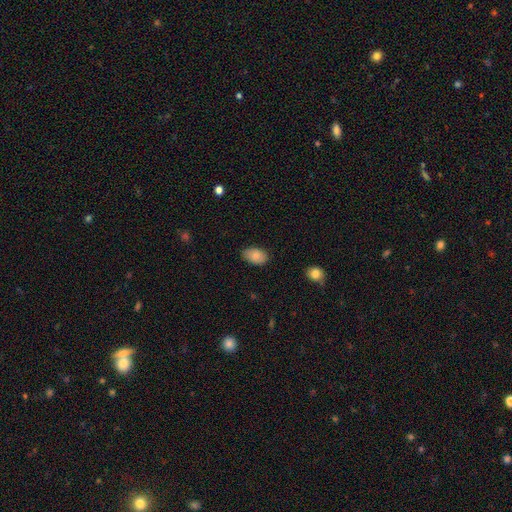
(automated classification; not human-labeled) Smooth or featured? Predicted: smooth (p=0.84). How rounded? Predicted: in between (p=0.90). Merging? Predicted: none (p=0.83).